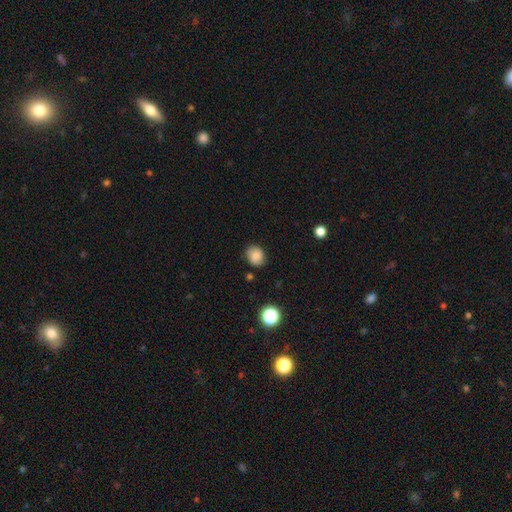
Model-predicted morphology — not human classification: Q: Smooth or featured?
A: smooth (84%); runner-up: star or artifact (10%)
Q: How rounded?
A: round (60%); runner-up: in between (39%)
Q: Merging?
A: none (79%); runner-up: minor disturbance (16%)